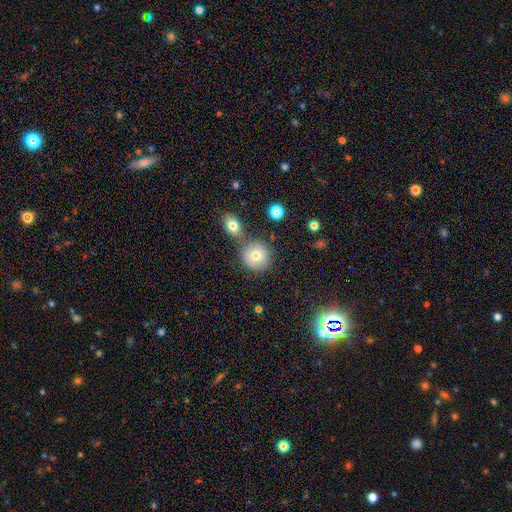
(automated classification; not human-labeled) Smooth or featured: smooth — 76% (featured or disk — 14%)
How rounded: round — 91% (in between — 8%)
Merging: none — 69% (merger — 17%)